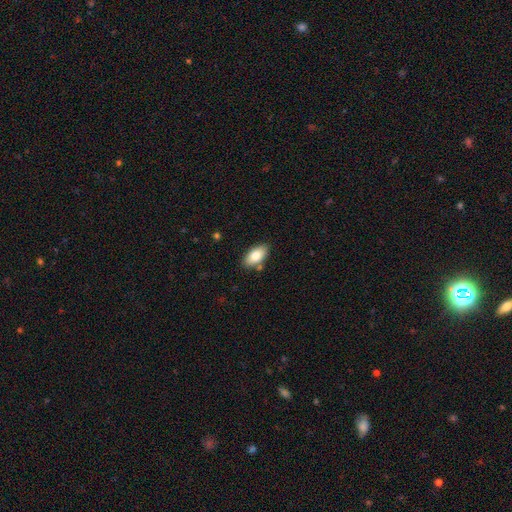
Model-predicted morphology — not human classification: Smooth or featured: smooth — 78% (featured or disk — 15%)
How rounded: in between — 93% (cigar-shaped — 4%)
Merging: none — 82% (minor disturbance — 11%)